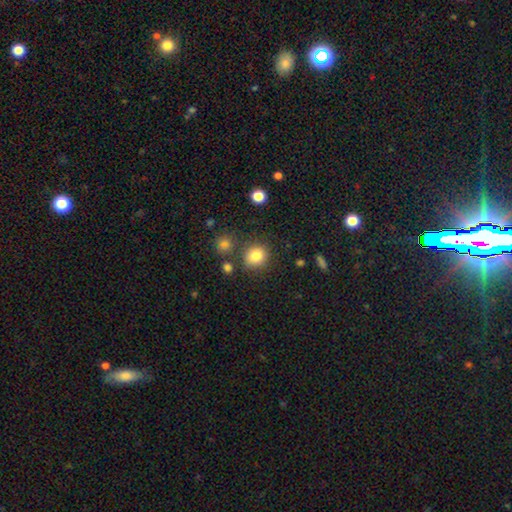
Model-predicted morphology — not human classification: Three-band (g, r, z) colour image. It shows a smooth galaxy with no disk features (83%) that is round (80%). Merging: none (78%).